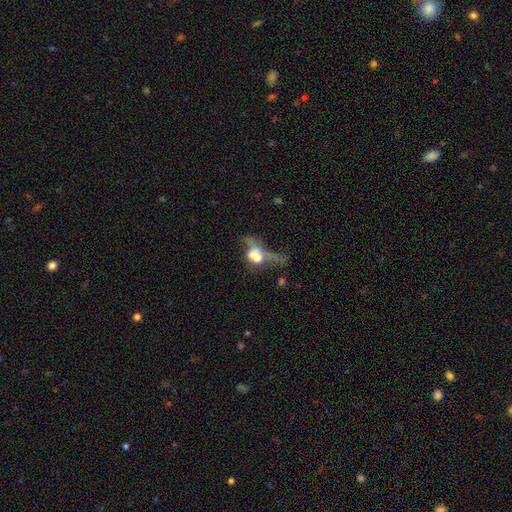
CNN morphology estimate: Smooth or featured? smooth (46%)
Merging? major disturbance (48%)